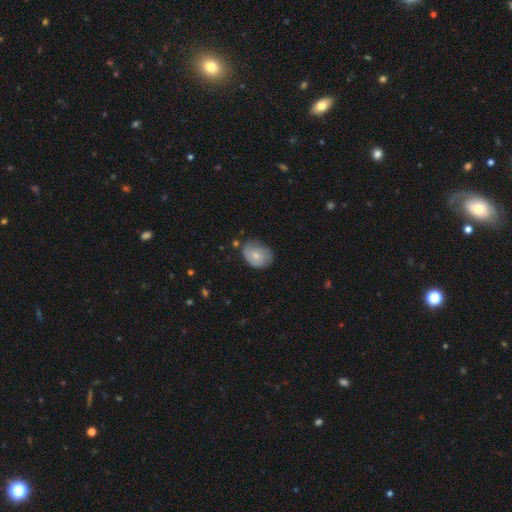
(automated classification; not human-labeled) A smooth galaxy with no disk features (66%) that is in between round and cigar-shaped (62%).

Vote fractions:
- Smooth or featured? smooth: 66% / featured or disk: 28% / star or artifact: 7%
- How rounded? in between: 62% / round: 37% / cigar-shaped: 1%
- Merging? none: 59% / minor disturbance: 30% / major disturbance: 8% / merger: 3%